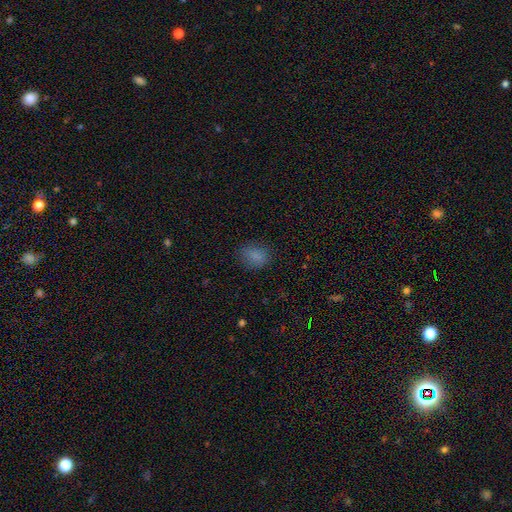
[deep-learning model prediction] Smooth or featured?
  - smooth: 82% *
  - star or artifact: 12%
  - featured or disk: 6%
How rounded?
  - in between: 52% *
  - round: 47%
  - cigar-shaped: 1%
Merging?
  - none: 81% *
  - minor disturbance: 14%
  - major disturbance: 4%
  - merger: 1%